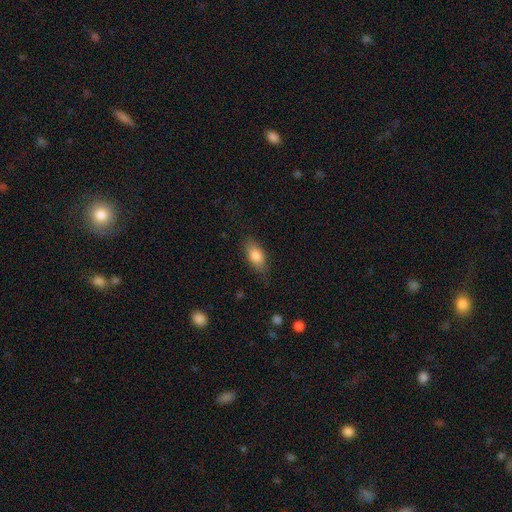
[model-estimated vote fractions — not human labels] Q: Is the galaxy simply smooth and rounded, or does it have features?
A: smooth — 82%.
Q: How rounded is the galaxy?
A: in between — 85%.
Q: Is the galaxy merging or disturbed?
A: none — 78%.